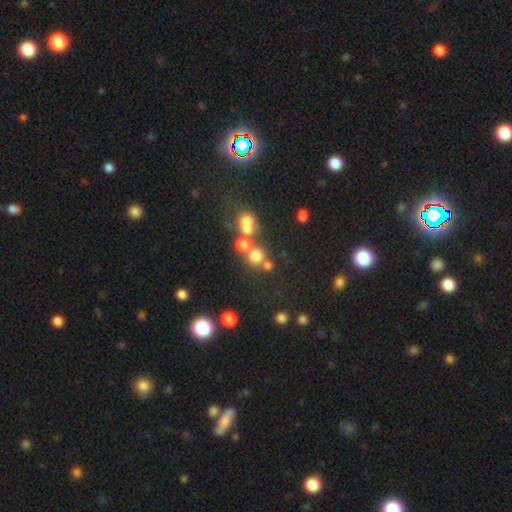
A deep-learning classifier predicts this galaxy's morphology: Smooth or featured: smooth — 67% (star or artifact — 20%)
How rounded: round — 88% (in between — 11%)
Merging: none — 58% (merger — 28%)